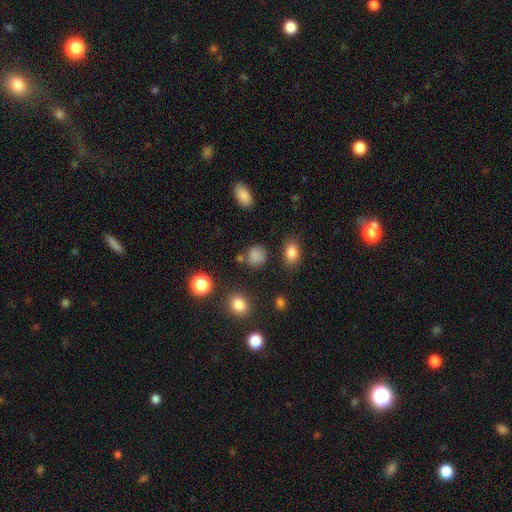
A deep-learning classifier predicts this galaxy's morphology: smooth-or-featured: smooth: 82% | star or artifact: 13% | featured or disk: 5%
  how-rounded: round: 78% | in between: 20% | cigar-shaped: 1%
  merging: none: 75% | minor disturbance: 15% | merger: 5% | major disturbance: 5%